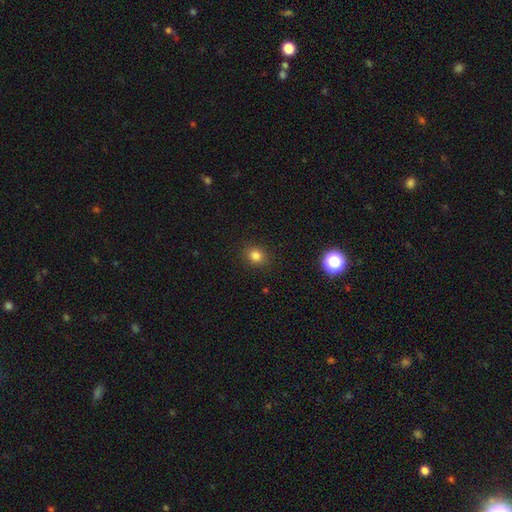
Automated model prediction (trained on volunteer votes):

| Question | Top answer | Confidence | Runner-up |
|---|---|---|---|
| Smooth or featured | smooth | 82% | star or artifact (13%) |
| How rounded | round | 70% | in between (29%) |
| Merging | none | 89% | minor disturbance (7%) |